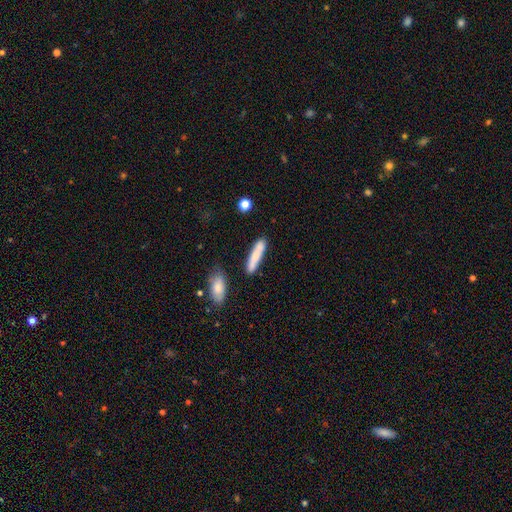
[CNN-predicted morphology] This is likely a smooth galaxy (75%). How rounded: clearly cigar-shaped (84%). Merging: likely none (76%).